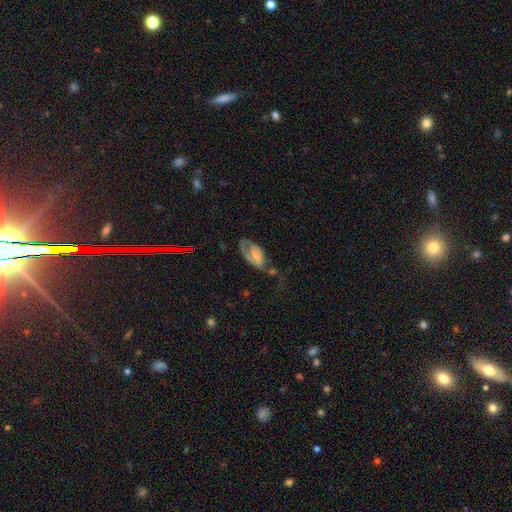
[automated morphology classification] A featured or disk galaxy (56%) with no bar (49%), spiral arms (64%) and a moderate central bulge (41%). Merging: major disturbance (40%).